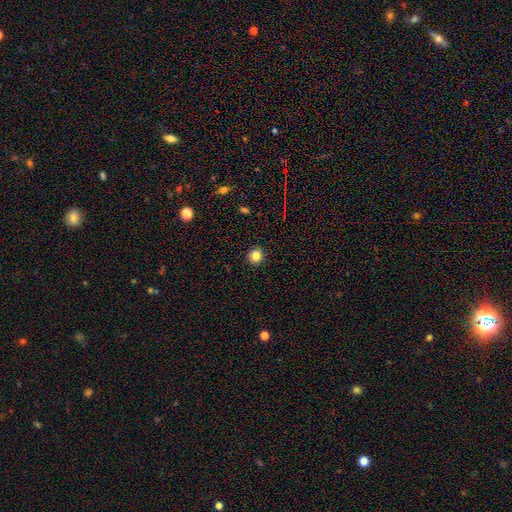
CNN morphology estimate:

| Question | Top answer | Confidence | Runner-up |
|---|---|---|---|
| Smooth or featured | smooth | 81% | star or artifact (12%) |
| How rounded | round | 92% | in between (7%) |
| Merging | none | 92% | minor disturbance (5%) |